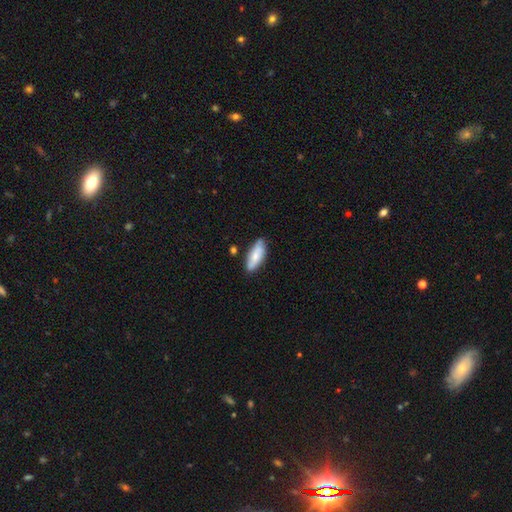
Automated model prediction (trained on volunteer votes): Smooth or featured? Predicted: smooth (p=0.66). How rounded? Predicted: in between (p=0.73). Merging? Predicted: none (p=0.75).